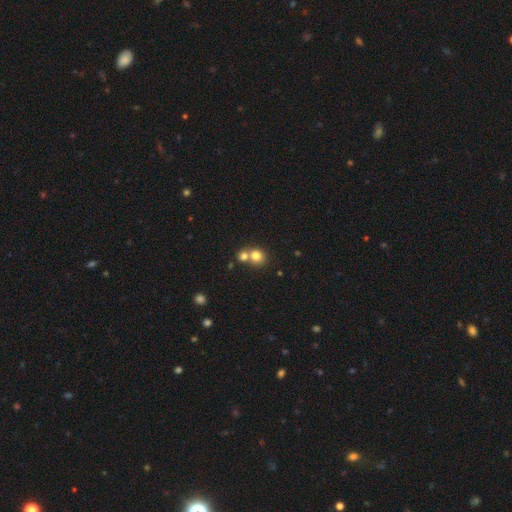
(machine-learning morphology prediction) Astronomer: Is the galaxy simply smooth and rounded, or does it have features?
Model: smooth — 78%.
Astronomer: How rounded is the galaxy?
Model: round — 82%.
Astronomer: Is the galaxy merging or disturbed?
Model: merger — 49% (runner-up: none, 43%).